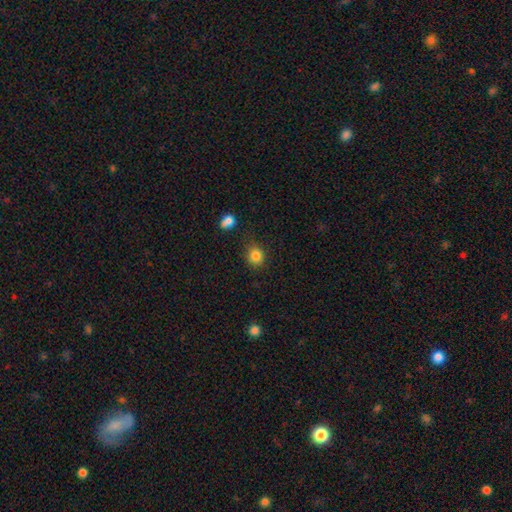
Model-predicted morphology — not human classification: Q: Smooth or featured?
A: smooth (83%); runner-up: star or artifact (11%)
Q: How rounded?
A: round (81%); runner-up: in between (18%)
Q: Merging?
A: none (81%); runner-up: minor disturbance (13%)